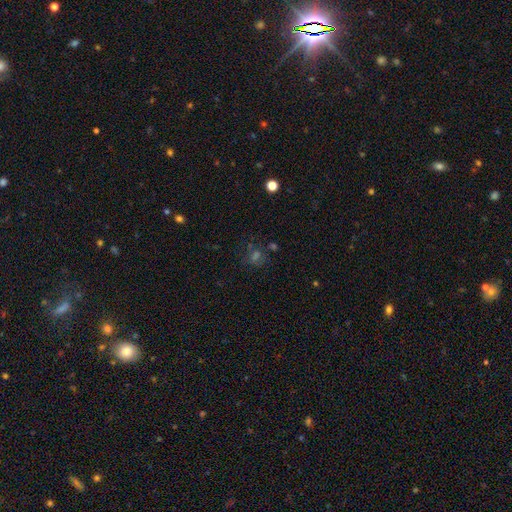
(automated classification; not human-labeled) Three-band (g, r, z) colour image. It shows a star or artifact, not a galaxy (43%).